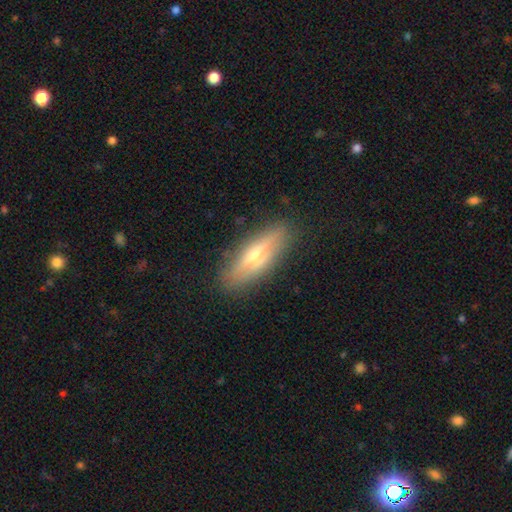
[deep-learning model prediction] smooth-or-featured: featured or disk: 55% | smooth: 38% | star or artifact: 7%
  disk-edge-on: yes: 81% | no: 19%
  merging: none: 85% | minor disturbance: 11% | major disturbance: 3% | merger: 1%